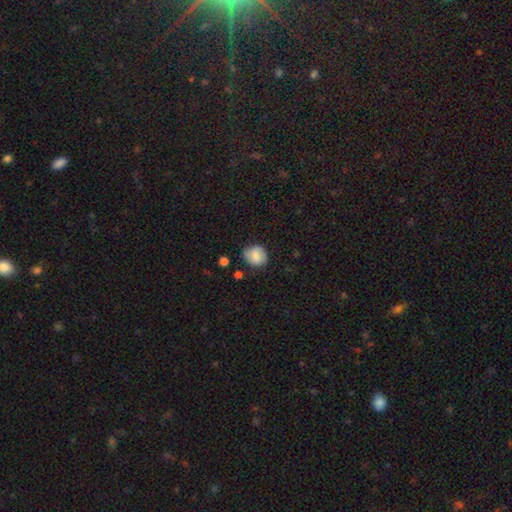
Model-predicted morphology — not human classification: Smooth or featured: smooth — 81% (featured or disk — 11%)
How rounded: round — 76% (in between — 23%)
Merging: none — 69% (minor disturbance — 23%)